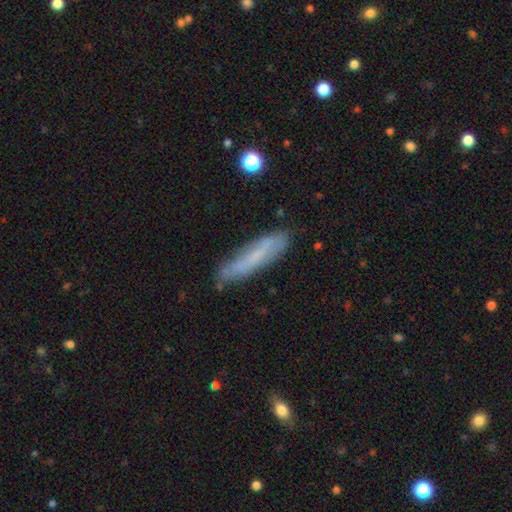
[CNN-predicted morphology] type=smooth (55%); roundness=cigar-shaped (83%); merging=none (77%).